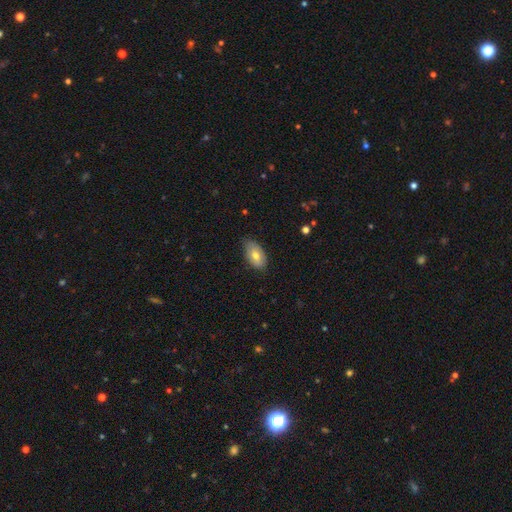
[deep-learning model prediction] A smooth galaxy with no disk features (68%) that is in between round and cigar-shaped (93%). Merging: none (71%).